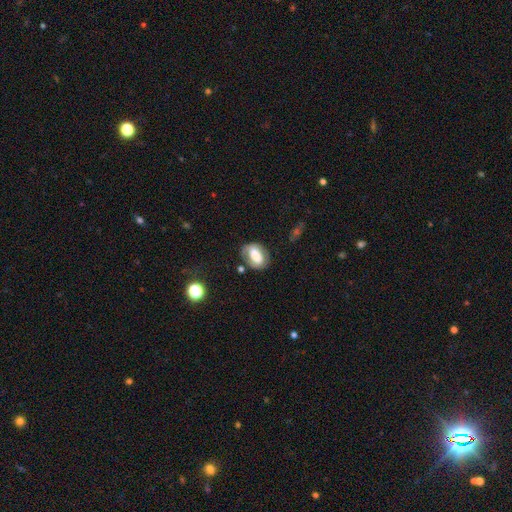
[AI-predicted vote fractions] Smooth or featured? Predicted: smooth (p=0.58). How rounded? Predicted: in between (p=0.81). Merging? Predicted: none (p=0.65).